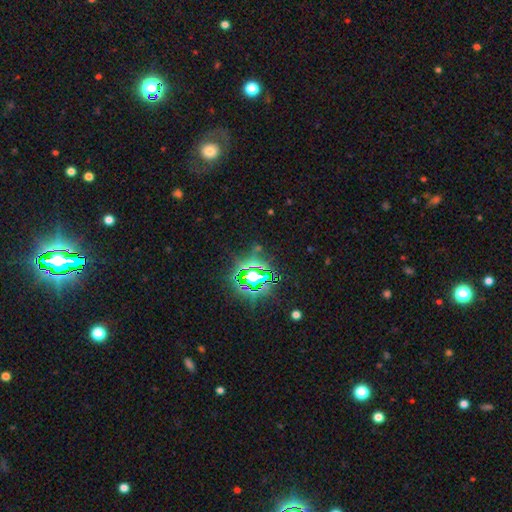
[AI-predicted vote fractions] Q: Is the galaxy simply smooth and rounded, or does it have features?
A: star or artifact — 75%.